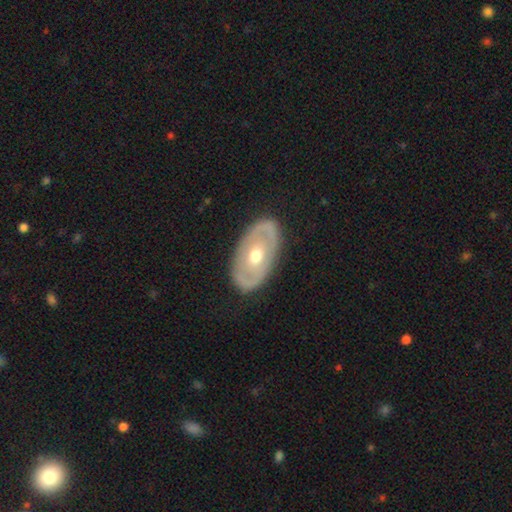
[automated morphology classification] Overall: featured or disk (63%; smooth 32%). Edge-on disk: no (88%). Bar: no (86%). Spiral arms: no (77%). Bulge size: moderate (79%). Merging: none (86%).